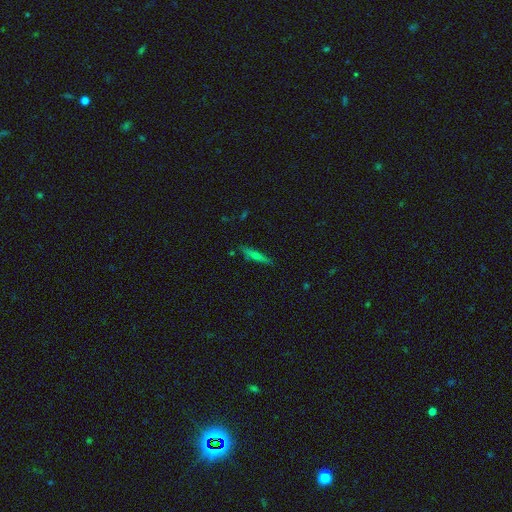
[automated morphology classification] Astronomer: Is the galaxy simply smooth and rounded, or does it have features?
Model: featured or disk — 47% (runner-up: smooth, 44%).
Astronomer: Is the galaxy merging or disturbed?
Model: none — 87%.